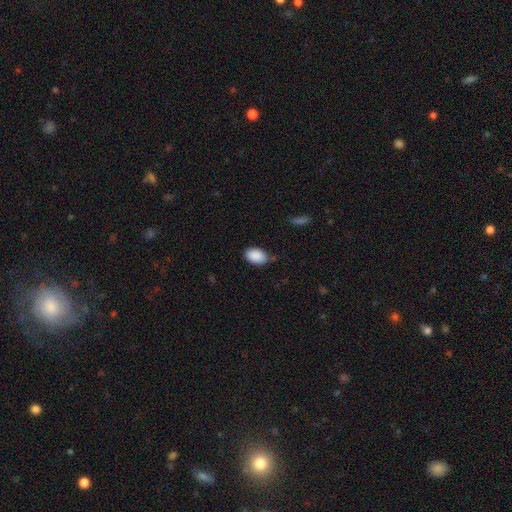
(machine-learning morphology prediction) A smooth galaxy with no disk features (90%) that is in between round and cigar-shaped (89%). Merging: none (80%).